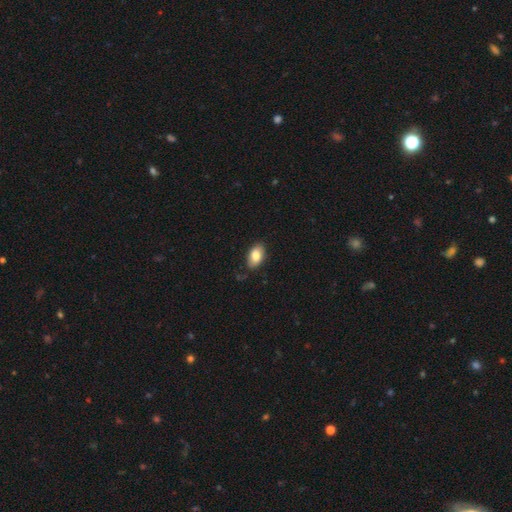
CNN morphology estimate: Smooth or featured?
  - smooth: 84% *
  - featured or disk: 9%
  - star or artifact: 7%
How rounded?
  - in between: 91% *
  - round: 7%
  - cigar-shaped: 2%
Merging?
  - none: 82% *
  - minor disturbance: 14%
  - major disturbance: 3%
  - merger: 1%